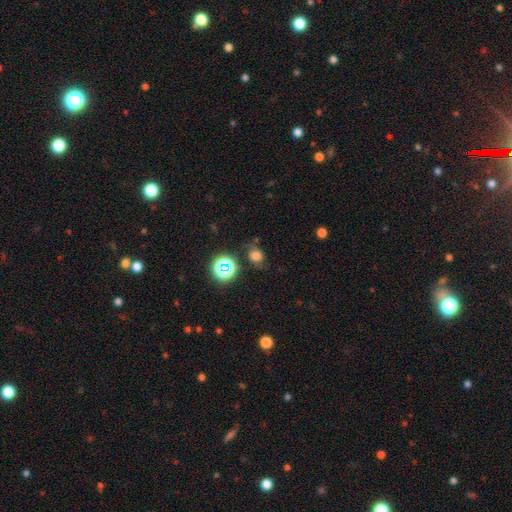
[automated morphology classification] A smooth galaxy with no disk features (65%) that is round (64%). Merging: none (63%).